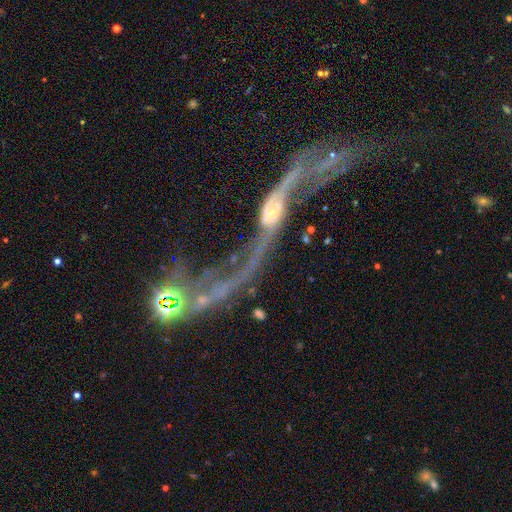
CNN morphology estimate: Smooth or featured?
  - featured or disk: 83% *
  - star or artifact: 10%
  - smooth: 7%
Edge-on disk?
  - no: 79% *
  - yes: 21%
Bar?
  - no: 52% *
  - weak: 29%
  - strong: 19%
Spiral arms?
  - yes: 83% *
  - no: 17%
Spiral winding?
  - loose: 94% *
  - medium: 4%
  - tight: 2%
Spiral arm count?
  - 2: 87% *
  - 1: 6%
  - can't tell: 3%
  - 3: 2%
  - 4: 1%
  - more than 4: 1%
Bulge size?
  - small: 49% *
  - moderate: 30%
  - none: 12%
  - large: 6%
  - dominant: 3%
Merging?
  - major disturbance: 31% *
  - none: 30%
  - merger: 27%
  - minor disturbance: 13%